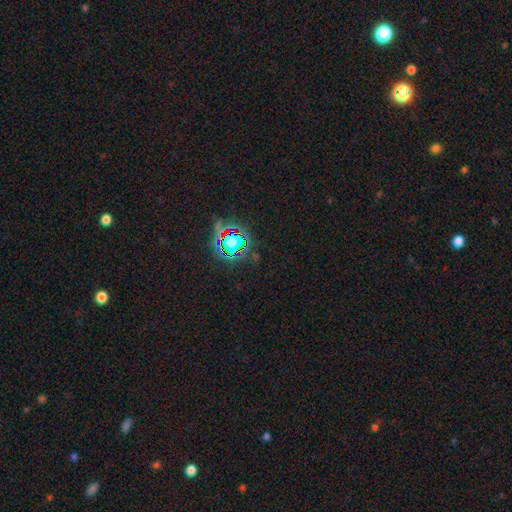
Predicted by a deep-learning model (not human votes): Morphology: type=star or artifact (80%).